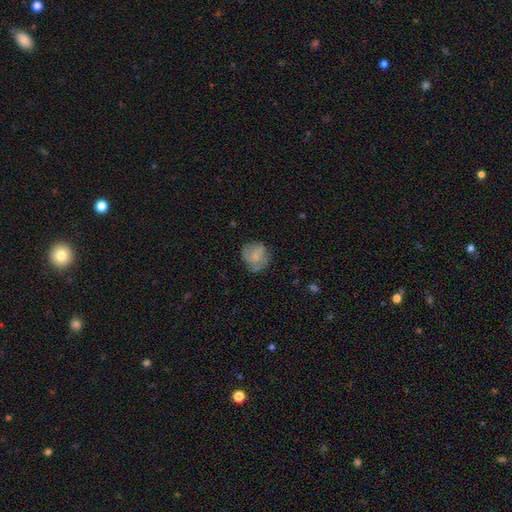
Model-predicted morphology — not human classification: A smooth galaxy with no disk features (64%) that is round (79%).

Vote fractions:
- Smooth or featured? smooth: 64% / featured or disk: 28% / star or artifact: 9%
- How rounded? round: 79% / in between: 20% / cigar-shaped: 1%
- Merging? none: 65% / minor disturbance: 23% / major disturbance: 10% / merger: 2%